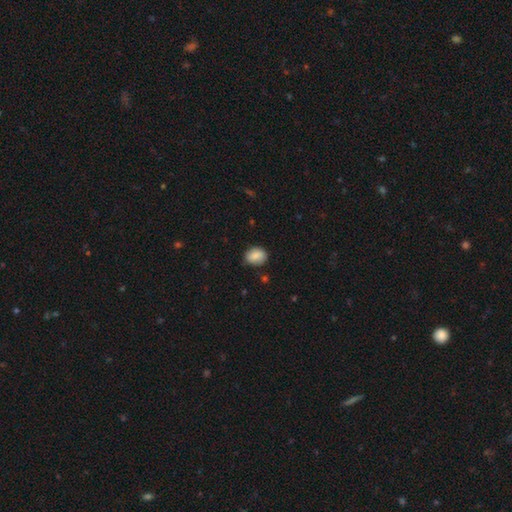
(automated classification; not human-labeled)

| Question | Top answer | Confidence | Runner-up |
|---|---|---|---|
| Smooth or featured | smooth | 86% | star or artifact (8%) |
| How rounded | in between | 57% | round (42%) |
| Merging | none | 78% | minor disturbance (17%) |